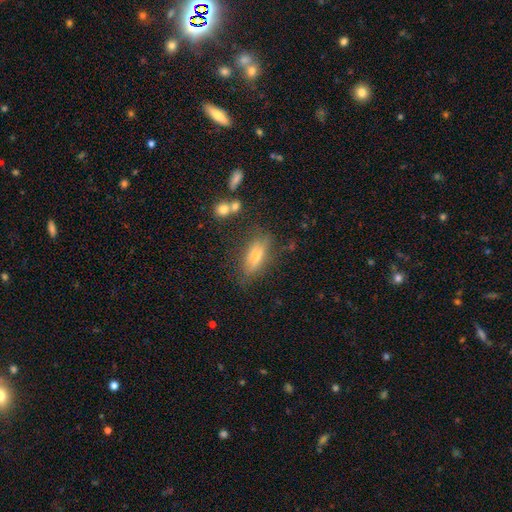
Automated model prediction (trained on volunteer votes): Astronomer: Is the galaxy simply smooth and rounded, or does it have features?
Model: smooth — 66%.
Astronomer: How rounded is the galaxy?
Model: in between — 66%.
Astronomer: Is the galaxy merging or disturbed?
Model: none — 65%.